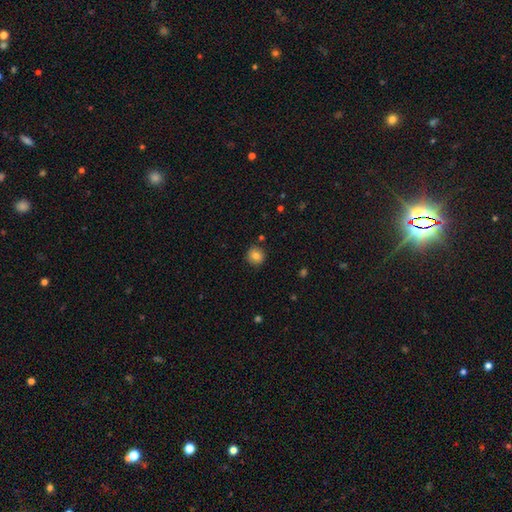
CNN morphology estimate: Q: Smooth or featured?
A: smooth (82%); runner-up: star or artifact (10%)
Q: How rounded?
A: round (93%); runner-up: in between (6%)
Q: Merging?
A: none (89%); runner-up: minor disturbance (7%)